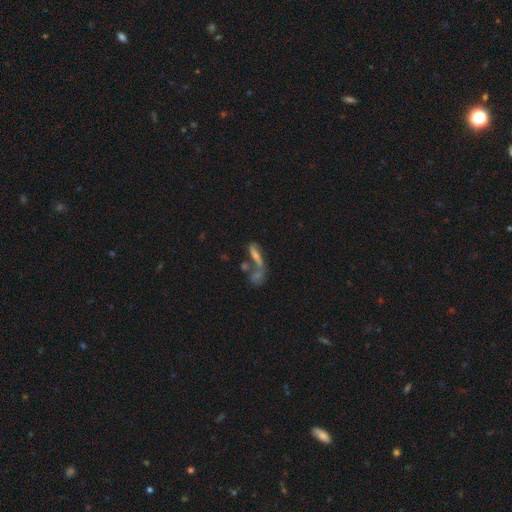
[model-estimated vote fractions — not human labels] A smooth galaxy with no disk features (44%).

Vote fractions:
- Smooth or featured? smooth: 44% / featured or disk: 38% / star or artifact: 18%
- Merging? merger: 48% / none: 28% / major disturbance: 14% / minor disturbance: 10%